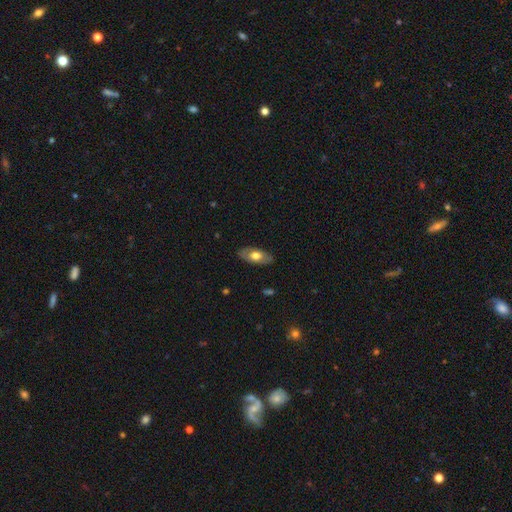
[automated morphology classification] smooth 58%, featured or disk 36%, star or artifact 6%. Down the decision tree: how rounded — in between (90%); merging — none (84%).